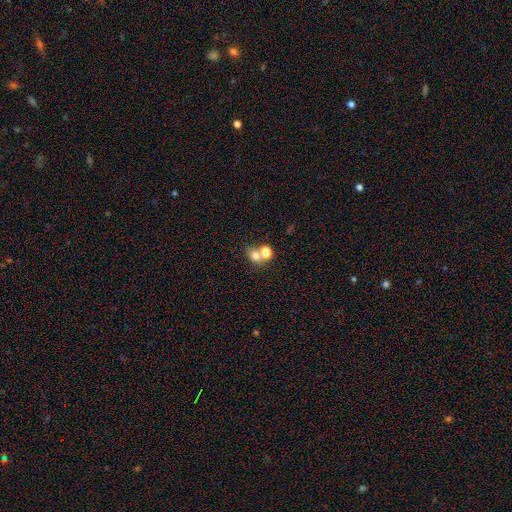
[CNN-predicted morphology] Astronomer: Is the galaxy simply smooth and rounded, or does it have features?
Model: smooth — 71%.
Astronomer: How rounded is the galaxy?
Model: round — 54% (runner-up: in between, 45%).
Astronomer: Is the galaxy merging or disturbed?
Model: merger — 45% (runner-up: none, 43%).